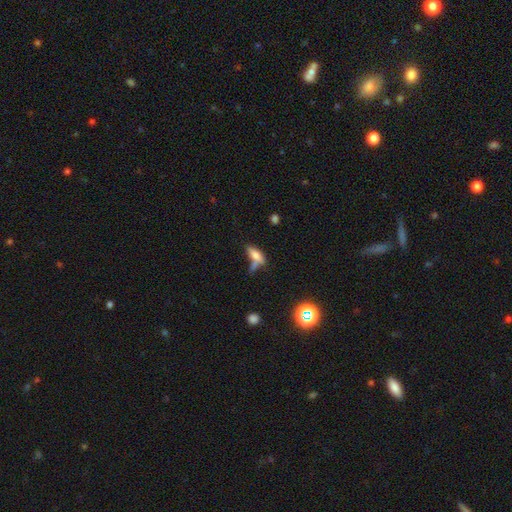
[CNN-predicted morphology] Smooth or featured? Predicted: smooth (p=0.68). How rounded? Predicted: in between (p=0.66). Merging? Predicted: none (p=0.41).